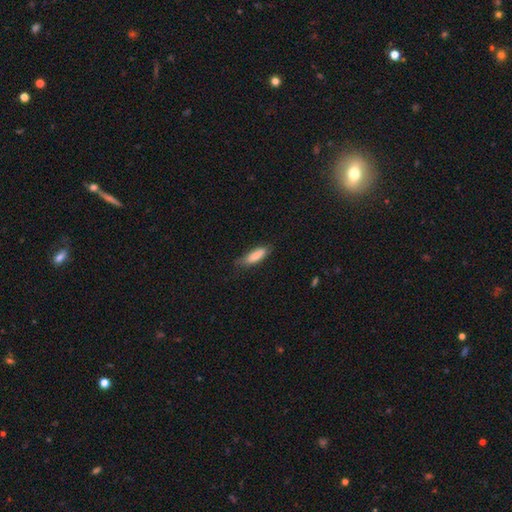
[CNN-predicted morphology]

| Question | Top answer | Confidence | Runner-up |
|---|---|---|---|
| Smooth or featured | smooth | 82% | featured or disk (12%) |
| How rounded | in between | 55% | cigar-shaped (44%) |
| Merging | none | 68% | minor disturbance (25%) |